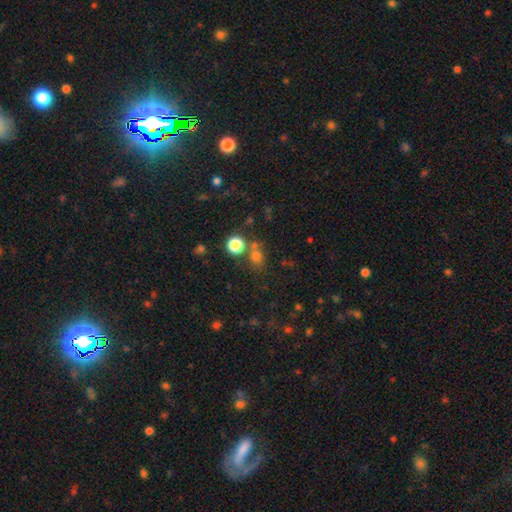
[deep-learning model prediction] Smooth or featured? Predicted: smooth (p=0.67). How rounded? Predicted: round (p=0.76). Merging? Predicted: none (p=0.66).